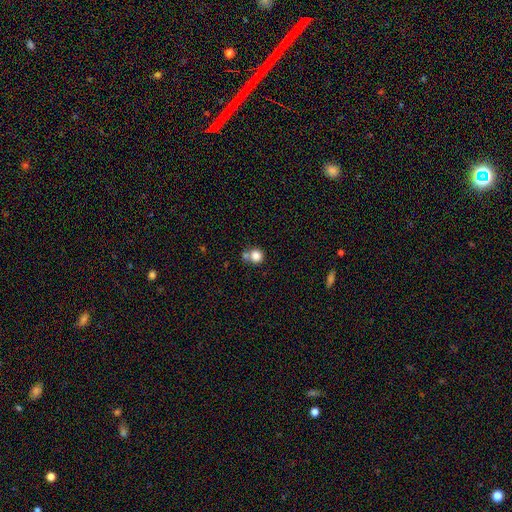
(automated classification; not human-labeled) smooth-or-featured: smooth: 83% | star or artifact: 10% | featured or disk: 7%
  how-rounded: round: 89% | in between: 10% | cigar-shaped: 1%
  merging: none: 54% | merger: 32% | minor disturbance: 10% | major disturbance: 4%